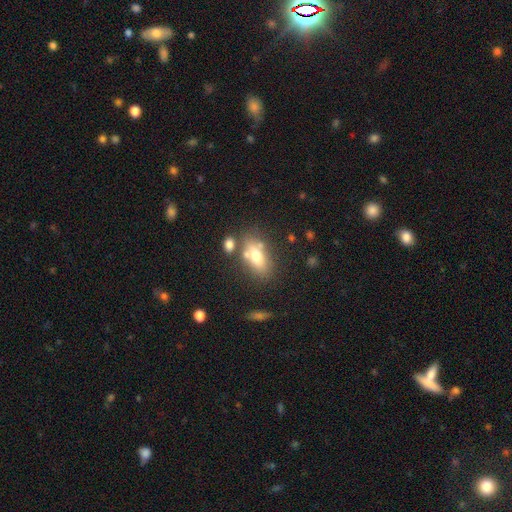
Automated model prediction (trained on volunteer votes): Q: Smooth or featured?
A: smooth (67%); runner-up: featured or disk (24%)
Q: How rounded?
A: in between (83%); runner-up: cigar-shaped (9%)
Q: Merging?
A: none (58%); runner-up: merger (19%)